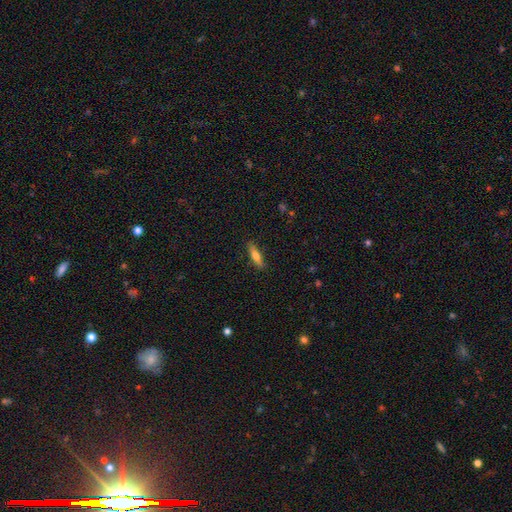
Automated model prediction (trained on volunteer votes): Overall: smooth (62%; featured or disk 31%). How rounded: cigar-shaped (68%; in between 29%). Merging: none (87%).